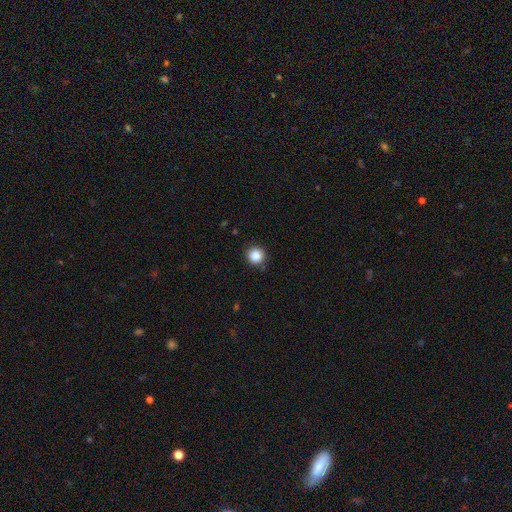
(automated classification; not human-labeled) Smooth or featured? smooth (87%)
How rounded? round (94%)
Merging? none (88%)